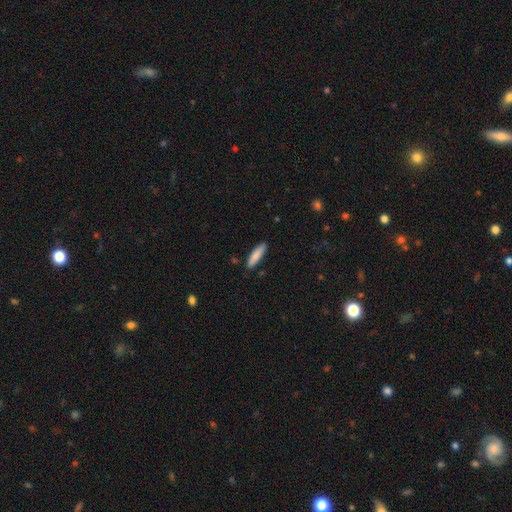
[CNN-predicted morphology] type=smooth (85%); roundness=cigar-shaped (72%); merging=none (88%).